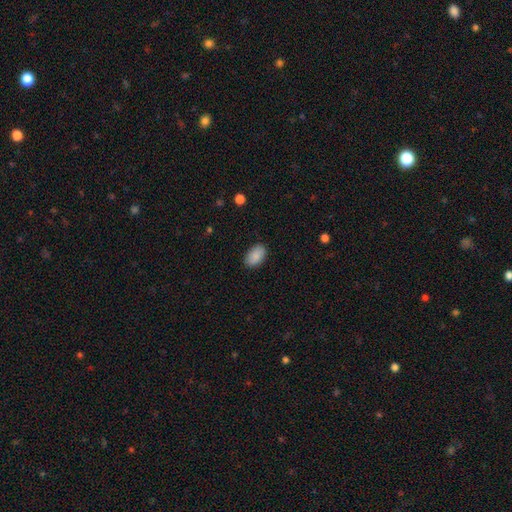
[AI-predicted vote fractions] Smooth or featured? Predicted: smooth (p=0.88). How rounded? Predicted: in between (p=0.92). Merging? Predicted: none (p=0.87).